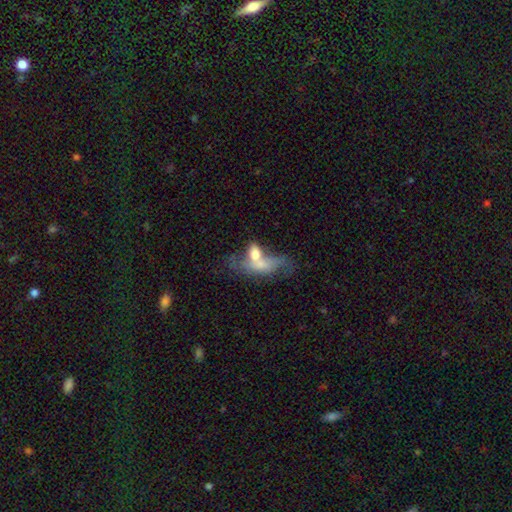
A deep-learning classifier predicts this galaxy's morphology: This appears to be a smooth galaxy with no disk features (55%) that is in between round and cigar-shaped (79%). Merging: merger (60%).